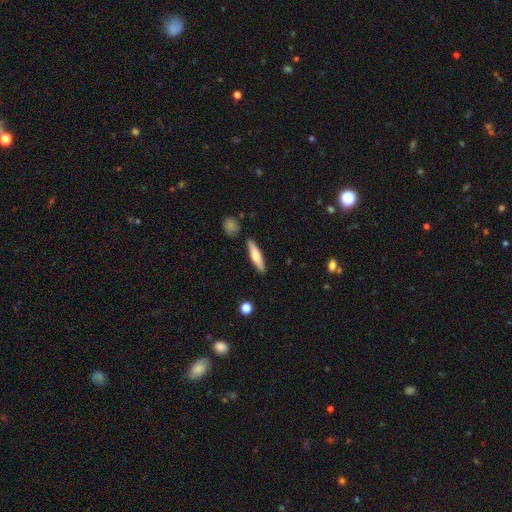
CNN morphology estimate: Smooth or featured? smooth (60%)
How rounded? cigar-shaped (76%)
Merging? none (86%)